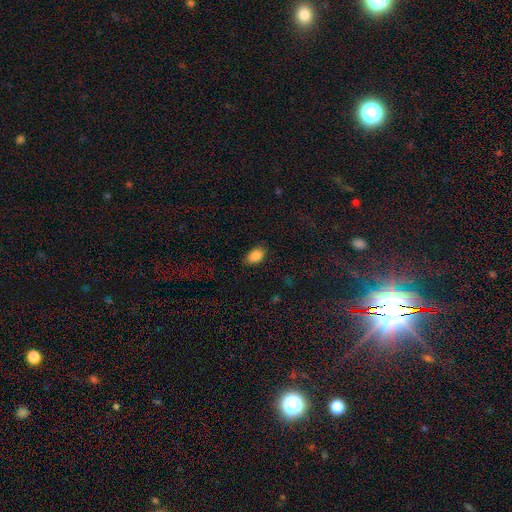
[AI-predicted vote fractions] A smooth galaxy with no disk features (87%) that is in between round and cigar-shaped (88%). Merging: none (84%).